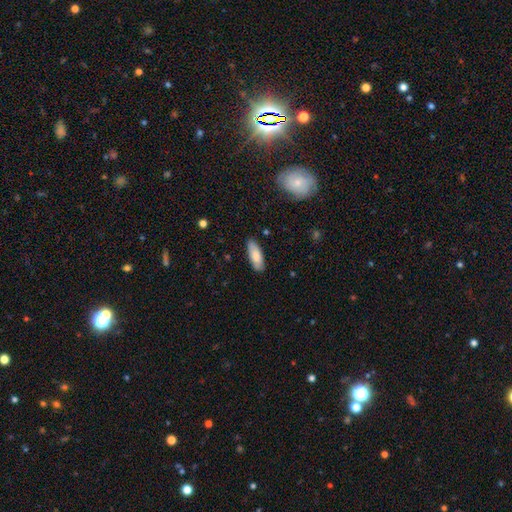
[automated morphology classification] Smooth or featured? Predicted: smooth (p=0.82). How rounded? Predicted: in between (p=0.66). Merging? Predicted: none (p=0.86).